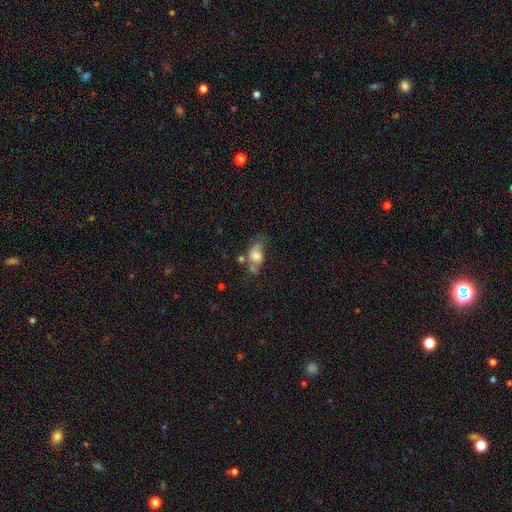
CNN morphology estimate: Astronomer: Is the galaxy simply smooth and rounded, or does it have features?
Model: smooth — 65%.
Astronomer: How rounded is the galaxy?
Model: in between — 77%.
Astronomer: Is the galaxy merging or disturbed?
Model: merger — 27% (runner-up: none, 26%).